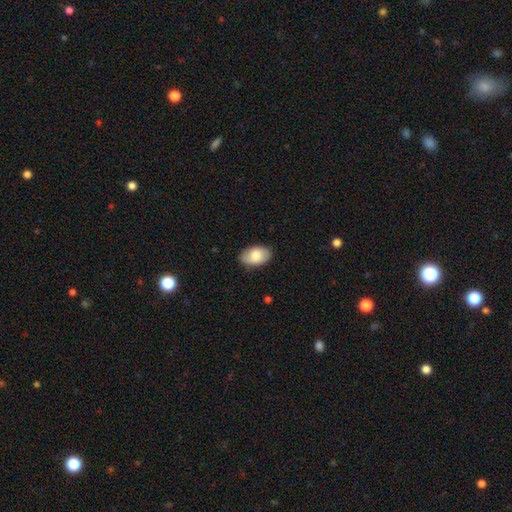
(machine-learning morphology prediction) This is likely a smooth galaxy (78%). How rounded: clearly in between (92%). Merging: clearly none (84%).